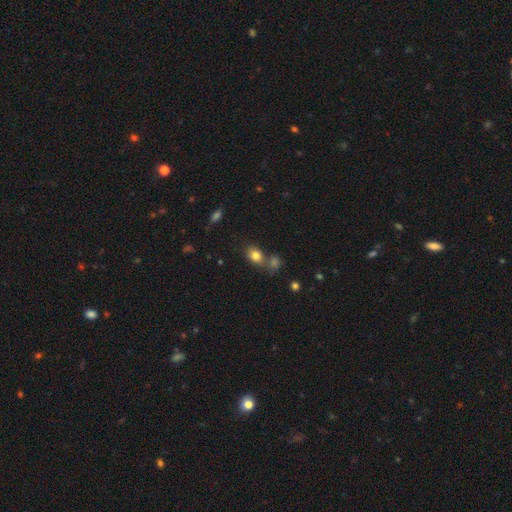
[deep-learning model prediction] smooth 80%, star or artifact 11%, featured or disk 9%. Down the decision tree: how rounded — in between (69%); merging — none (56%).